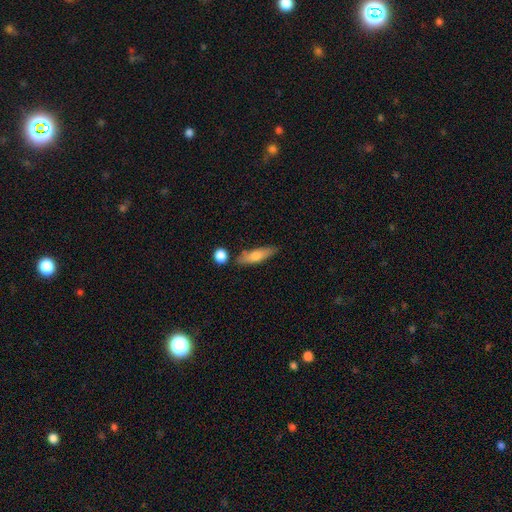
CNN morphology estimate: Smooth or featured: smooth — 66% (featured or disk — 27%)
How rounded: cigar-shaped — 61% (in between — 36%)
Merging: none — 79% (minor disturbance — 13%)